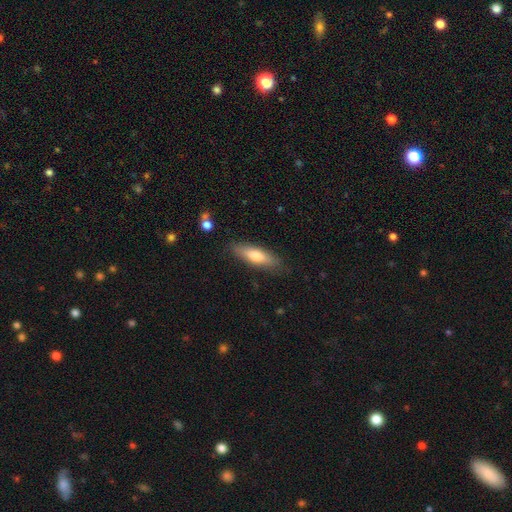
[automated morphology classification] Smooth or featured? Predicted: smooth (p=0.71). How rounded? Predicted: cigar-shaped (p=0.51). Merging? Predicted: none (p=0.82).